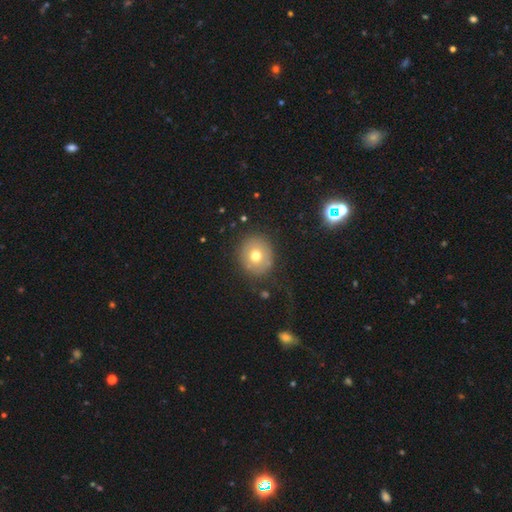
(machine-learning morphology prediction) smooth-or-featured: smooth: 68% | featured or disk: 21% | star or artifact: 11%
  how-rounded: round: 81% | in between: 18% | cigar-shaped: 1%
  merging: none: 82% | minor disturbance: 10% | major disturbance: 5% | merger: 2%